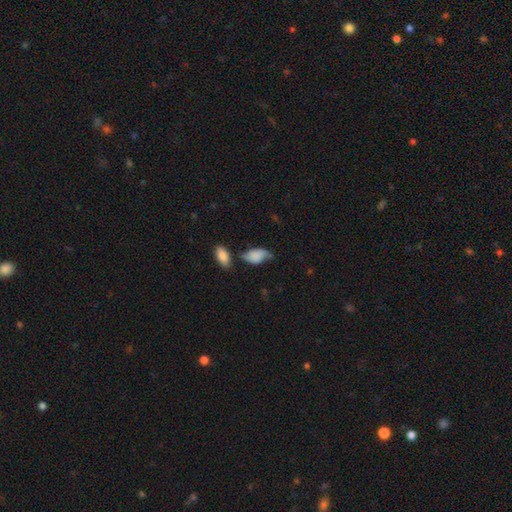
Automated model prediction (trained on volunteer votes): The model was most divided on "merging" (2-way tie): minor disturbance: 37%, none: 37%, major disturbance: 15%, merger: 10%. More confident: how rounded — in between (91%); smooth or featured — smooth (74%).